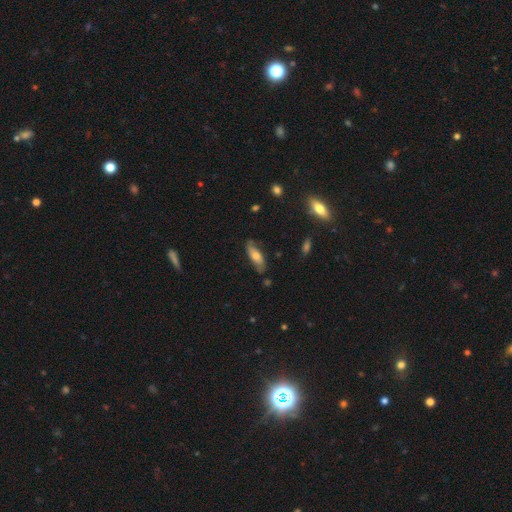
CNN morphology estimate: The model was most divided on "smooth or featured": smooth: 53%, featured or disk: 39%, star or artifact: 7%. More confident: merging — none (72%); how rounded — in between (61%).